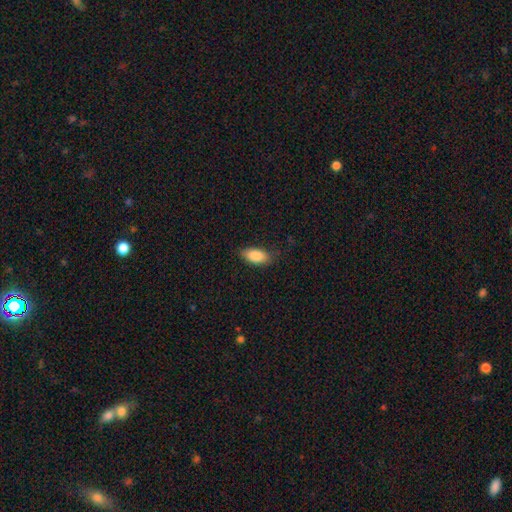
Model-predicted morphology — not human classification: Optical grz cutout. It shows a smooth galaxy with no disk features (87%) that is in between round and cigar-shaped (89%). Merging: none (81%).